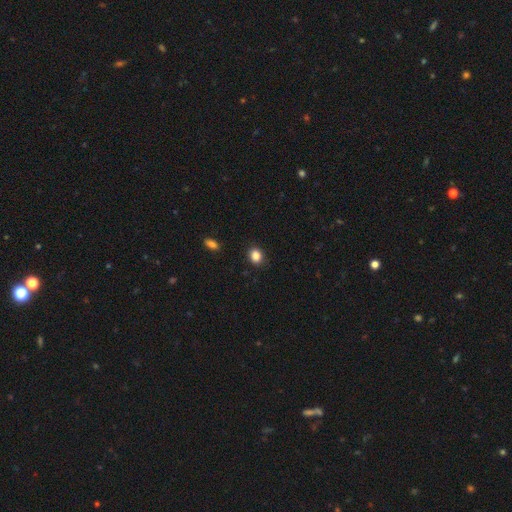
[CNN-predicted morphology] A smooth galaxy with no disk features (86%) that is round (53%). Merging: none (90%).